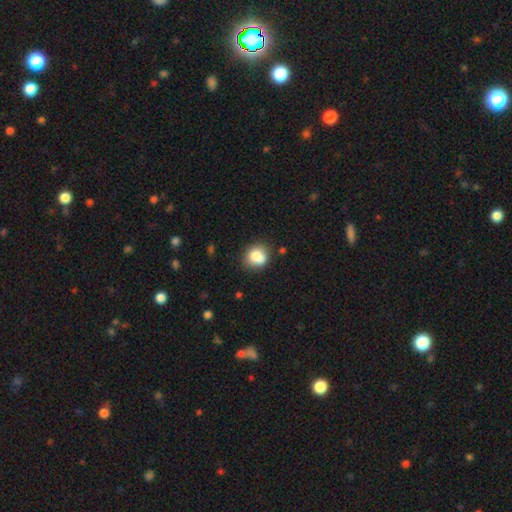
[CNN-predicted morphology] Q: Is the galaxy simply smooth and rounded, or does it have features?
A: smooth — 77%.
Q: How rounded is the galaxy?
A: round — 74%.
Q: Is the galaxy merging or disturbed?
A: none — 52%.